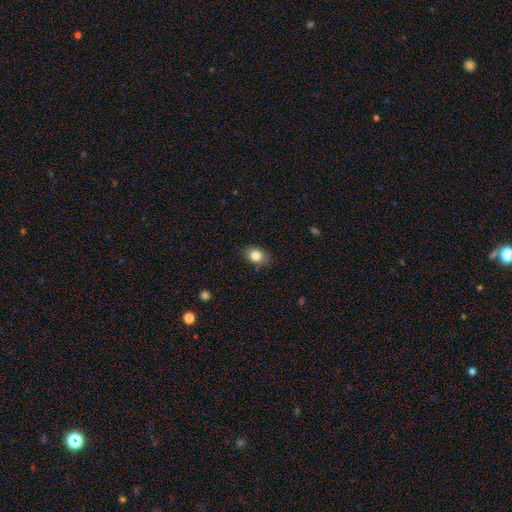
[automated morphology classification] A smooth galaxy with no disk features (84%) that is in between round and cigar-shaped (60%). Merging: none (81%).